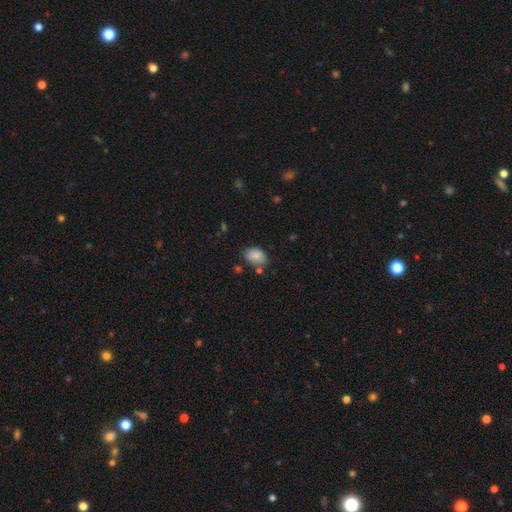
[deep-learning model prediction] Smooth or featured?
  - smooth: 84% *
  - star or artifact: 8%
  - featured or disk: 8%
How rounded?
  - in between: 77% *
  - round: 22%
  - cigar-shaped: 1%
Merging?
  - none: 70% *
  - minor disturbance: 19%
  - merger: 7%
  - major disturbance: 4%